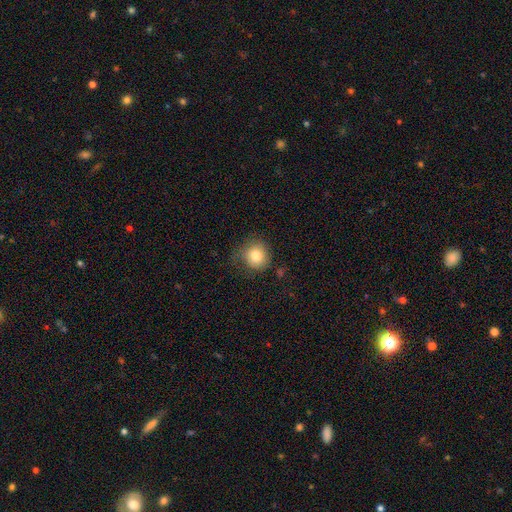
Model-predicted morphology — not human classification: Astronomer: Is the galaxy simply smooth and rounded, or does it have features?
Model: smooth — 81%.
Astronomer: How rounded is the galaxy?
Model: round — 89%.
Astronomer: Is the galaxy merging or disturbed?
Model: none — 70%.